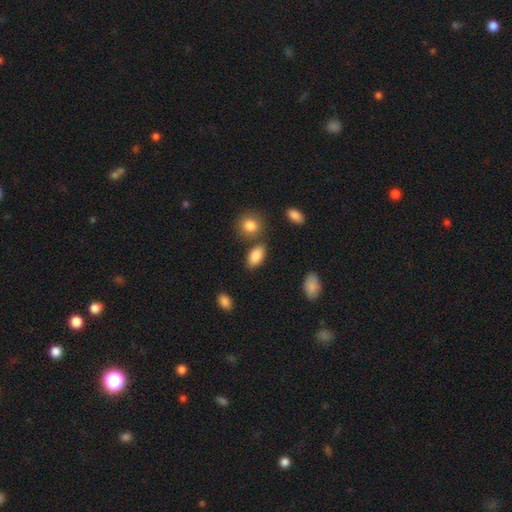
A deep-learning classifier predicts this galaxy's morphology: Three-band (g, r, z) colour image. It shows a smooth galaxy with no disk features (87%) that is in between round and cigar-shaped (91%). Merging: none (75%).